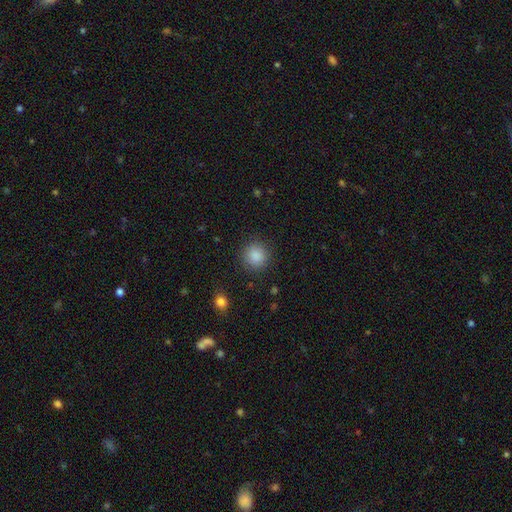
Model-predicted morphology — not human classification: smooth 87%, star or artifact 9%, featured or disk 4%. Down the decision tree: how rounded — round (92%); merging — none (89%).